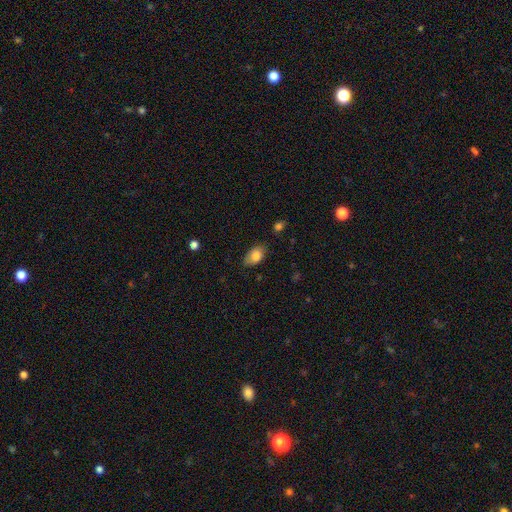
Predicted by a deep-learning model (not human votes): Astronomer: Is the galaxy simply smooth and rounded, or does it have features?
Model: smooth — 83%.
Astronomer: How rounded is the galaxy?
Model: in between — 89%.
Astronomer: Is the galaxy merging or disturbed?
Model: none — 75%.